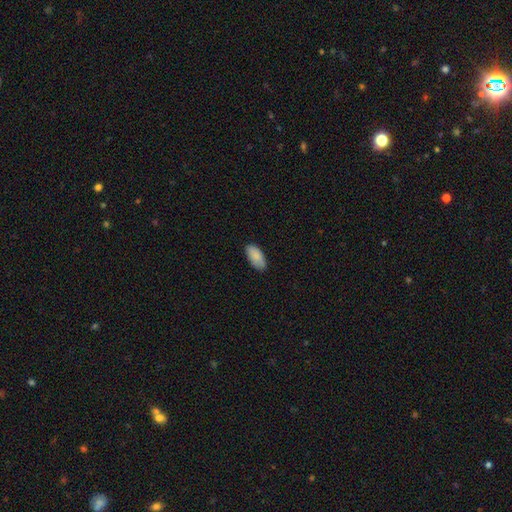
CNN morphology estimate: This appears to be a smooth galaxy with no disk features (87%) that is in between round and cigar-shaped (92%). Merging: none (81%).